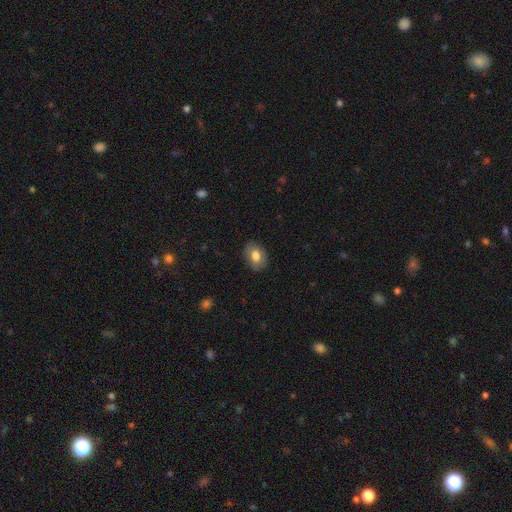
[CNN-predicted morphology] type=smooth (75%); roundness=in between (78%); merging=none (84%).